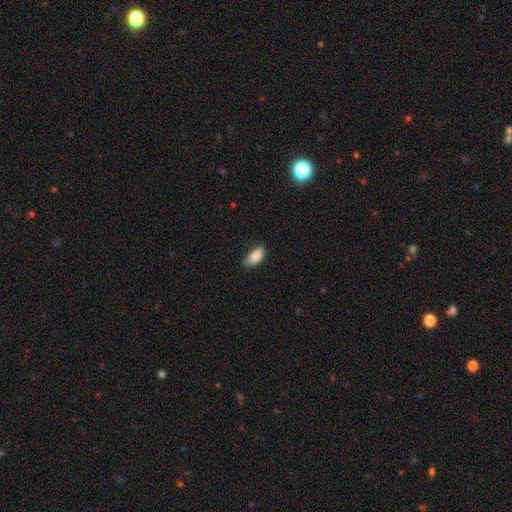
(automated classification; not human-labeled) Smooth or featured? smooth (87%)
How rounded? in between (89%)
Merging? none (67%)